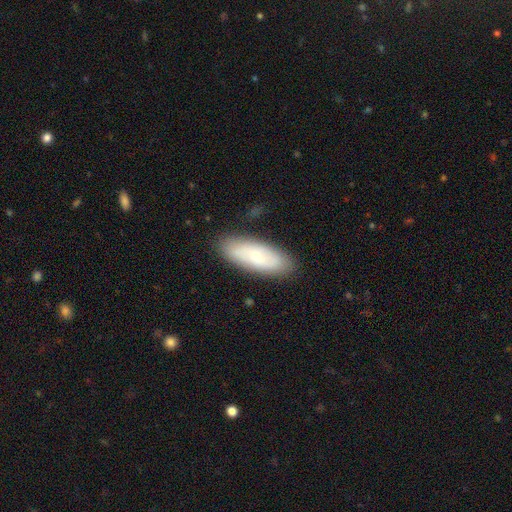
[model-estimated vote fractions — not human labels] This appears to be a smooth galaxy with no disk features (58%) that is in between round and cigar-shaped (72%). Merging: none (86%).